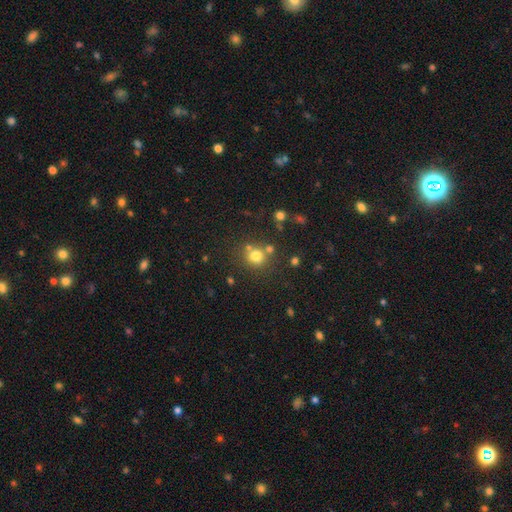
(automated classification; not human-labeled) Smooth or featured: smooth — 73% (star or artifact — 17%)
How rounded: round — 82% (in between — 17%)
Merging: none — 64% (merger — 21%)